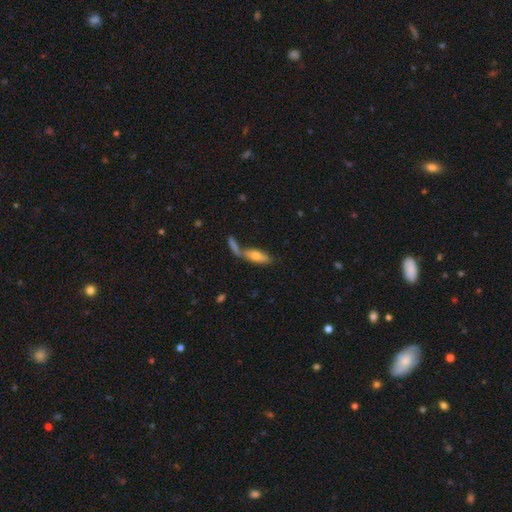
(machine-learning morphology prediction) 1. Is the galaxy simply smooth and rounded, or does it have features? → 64% smooth, 29% featured or disk, 7% star or artifact.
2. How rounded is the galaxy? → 56% in between, 41% cigar-shaped, 3% round.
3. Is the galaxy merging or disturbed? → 47% none, 35% merger, 12% minor disturbance, 5% major disturbance.